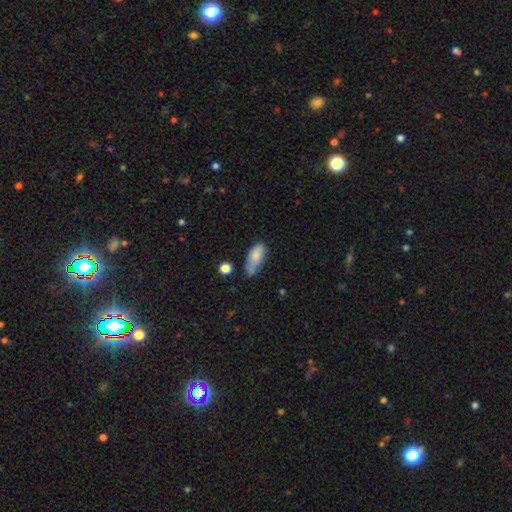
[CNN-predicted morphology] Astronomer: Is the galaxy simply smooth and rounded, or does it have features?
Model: smooth — 79%.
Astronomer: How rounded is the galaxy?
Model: in between — 85%.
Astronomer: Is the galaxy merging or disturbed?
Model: none — 39% (runner-up: minor disturbance, 33%).